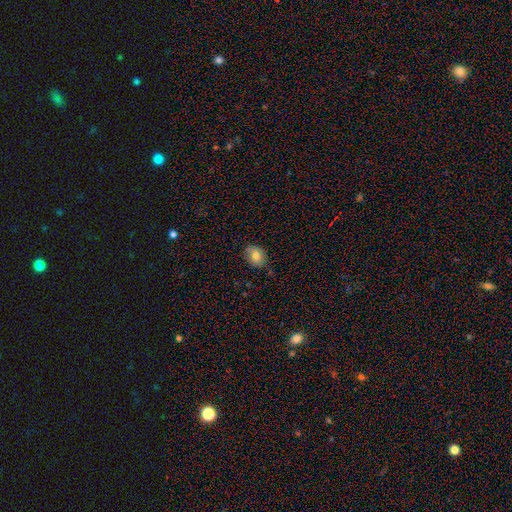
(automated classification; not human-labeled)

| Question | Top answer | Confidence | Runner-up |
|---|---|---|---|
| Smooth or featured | smooth | 78% | featured or disk (13%) |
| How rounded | in between | 61% | round (38%) |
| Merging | none | 75% | minor disturbance (21%) |